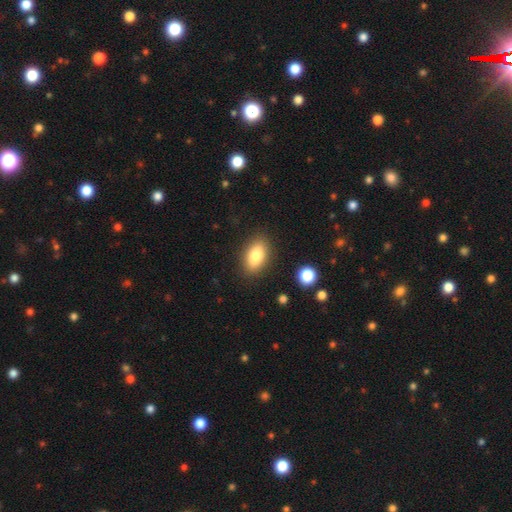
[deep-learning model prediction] Q: Smooth or featured?
A: smooth (82%); runner-up: featured or disk (10%)
Q: How rounded?
A: in between (89%); runner-up: cigar-shaped (6%)
Q: Merging?
A: none (86%); runner-up: minor disturbance (9%)